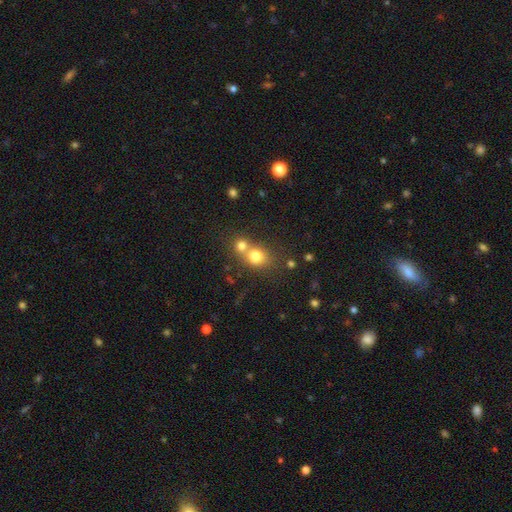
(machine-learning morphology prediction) smooth 74%, star or artifact 13%, featured or disk 13%. Down the decision tree: how rounded — round (69%); merging — merger (56%).